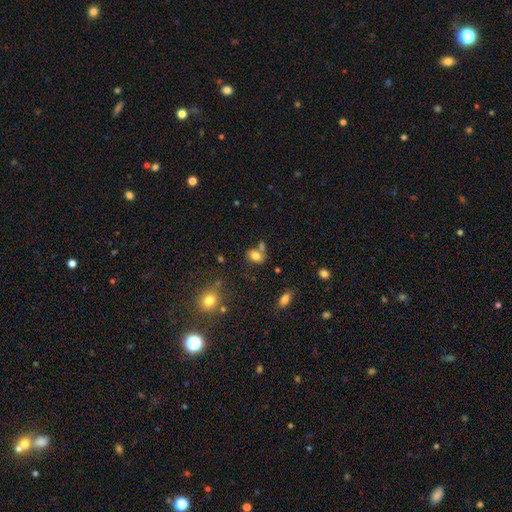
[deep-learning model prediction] Morphology: type=smooth (77%); roundness=in between (80%); merging=none (53%).